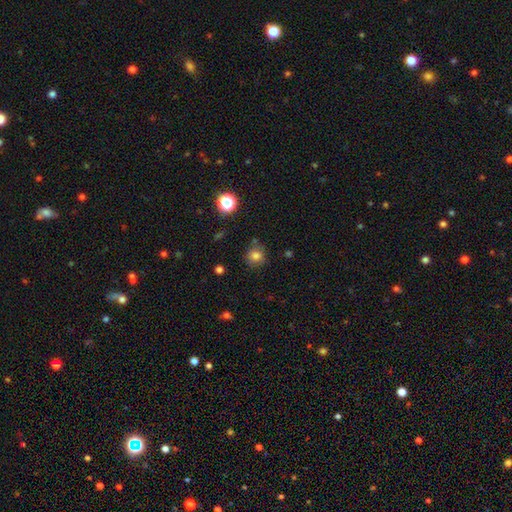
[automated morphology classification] Smooth or featured: smooth — 80% (star or artifact — 14%)
How rounded: round — 87% (in between — 12%)
Merging: none — 80% (minor disturbance — 13%)